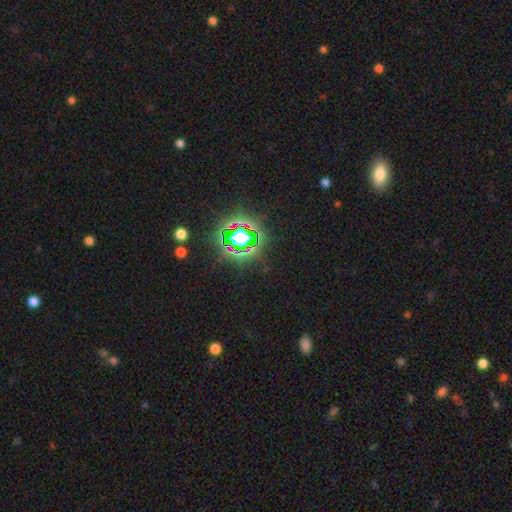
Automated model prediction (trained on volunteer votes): Smooth or featured: star or artifact — 79% (smooth — 13%)